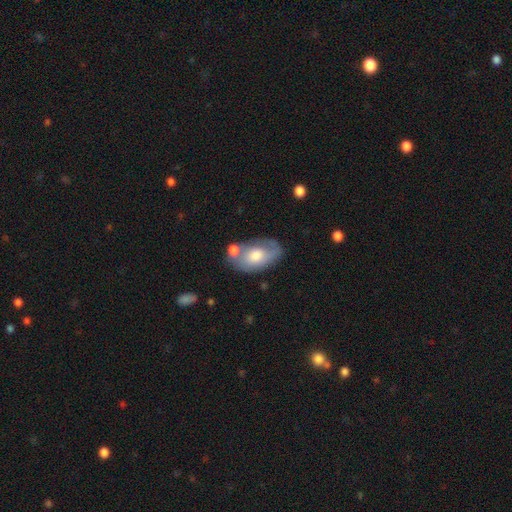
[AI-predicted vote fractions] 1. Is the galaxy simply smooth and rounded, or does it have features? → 51% smooth, 42% featured or disk, 7% star or artifact.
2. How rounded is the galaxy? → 91% in between, 7% round, 2% cigar-shaped.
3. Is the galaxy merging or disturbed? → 51% none, 22% minor disturbance, 18% merger, 9% major disturbance.